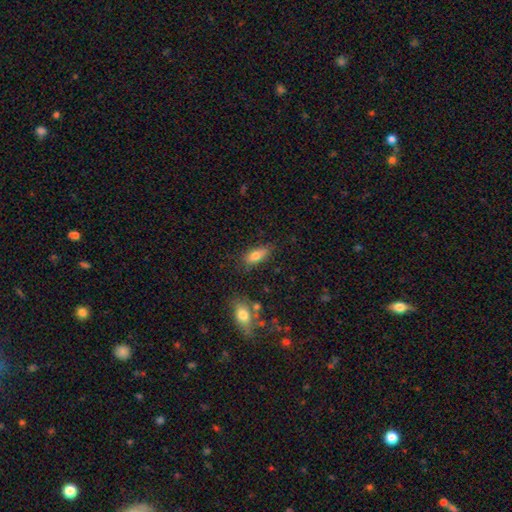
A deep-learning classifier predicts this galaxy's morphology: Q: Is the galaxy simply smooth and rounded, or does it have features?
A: smooth — 76%.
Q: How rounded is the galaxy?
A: in between — 72%.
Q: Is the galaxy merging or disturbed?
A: none — 76%.